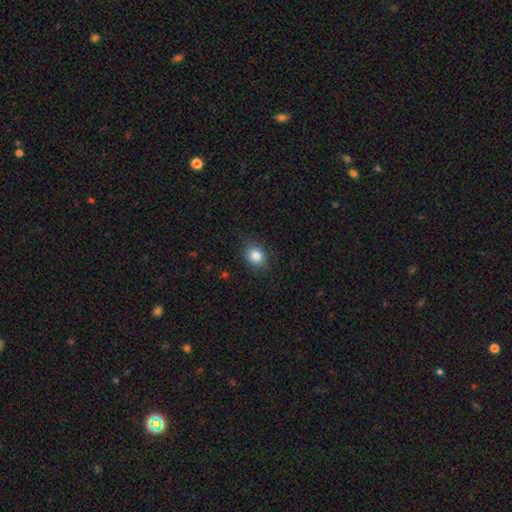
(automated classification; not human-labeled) Smooth or featured?
  - smooth: 84% *
  - star or artifact: 10%
  - featured or disk: 6%
How rounded?
  - round: 58% *
  - in between: 41%
  - cigar-shaped: 1%
Merging?
  - none: 86% *
  - minor disturbance: 10%
  - major disturbance: 3%
  - merger: 1%